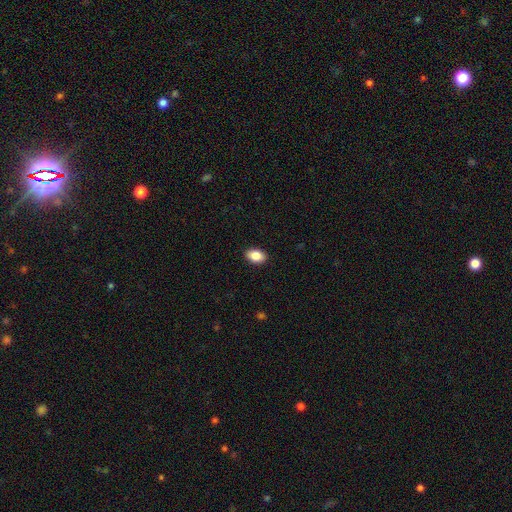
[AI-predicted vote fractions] Q: Smooth or featured?
A: smooth (86%); runner-up: star or artifact (8%)
Q: How rounded?
A: in between (86%); runner-up: round (12%)
Q: Merging?
A: none (90%); runner-up: minor disturbance (7%)